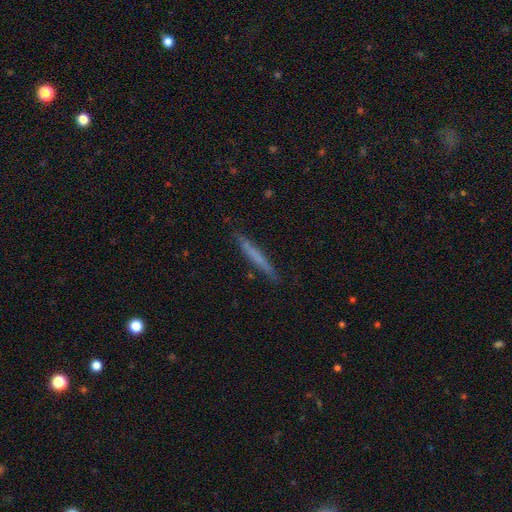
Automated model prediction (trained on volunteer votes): The model was most divided on "smooth or featured": smooth: 59%, featured or disk: 35%, star or artifact: 7%. More confident: how rounded — cigar-shaped (96%); merging — none (87%).